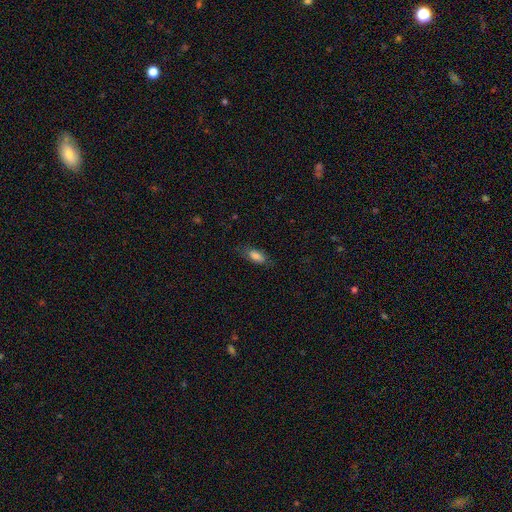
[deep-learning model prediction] Smooth or featured?
  - smooth: 81% *
  - featured or disk: 11%
  - star or artifact: 8%
How rounded?
  - in between: 82% *
  - cigar-shaped: 15%
  - round: 3%
Merging?
  - none: 75% *
  - minor disturbance: 18%
  - major disturbance: 6%
  - merger: 1%